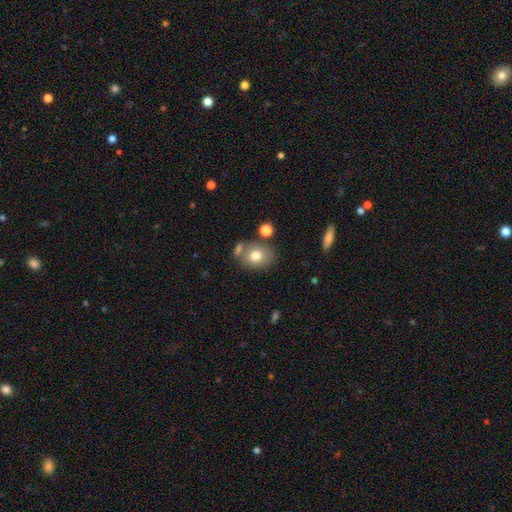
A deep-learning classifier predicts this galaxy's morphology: smooth_or_featured: smooth (p=0.75) [alt: featured or disk p=0.16]
how_rounded: round (p=0.53) [alt: in between p=0.46]
merging: none (p=0.63) [alt: merger p=0.18]